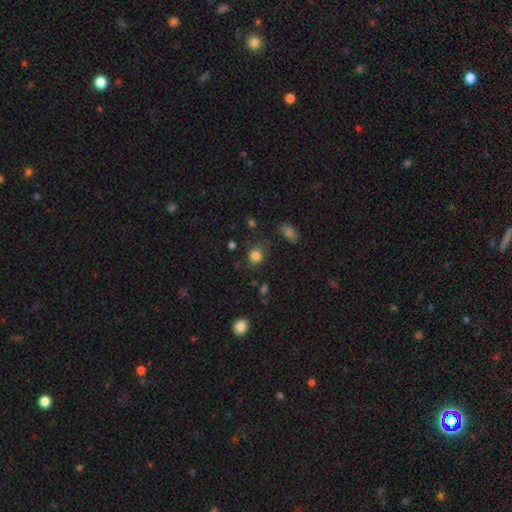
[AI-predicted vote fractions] The model was most divided on "how rounded": round: 65%, in between: 34%, cigar-shaped: 1%. More confident: smooth or featured — smooth (82%); merging — none (73%).